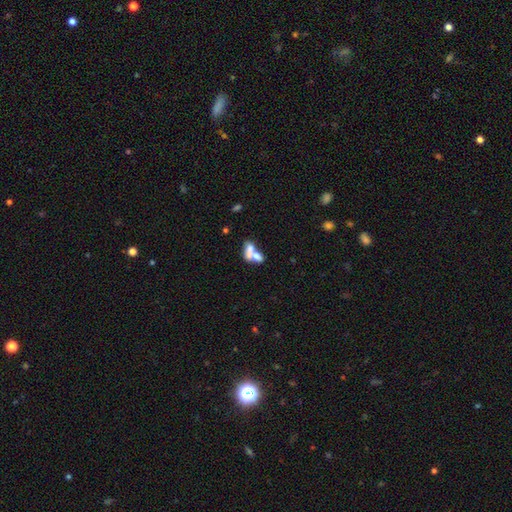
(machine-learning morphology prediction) A smooth galaxy with no disk features (60%) that is in between round and cigar-shaped (75%).

Vote fractions:
- Smooth or featured? smooth: 60% / featured or disk: 29% / star or artifact: 10%
- How rounded? in between: 75% / round: 17% / cigar-shaped: 8%
- Merging? merger: 67% / none: 20% / minor disturbance: 7% / major disturbance: 7%